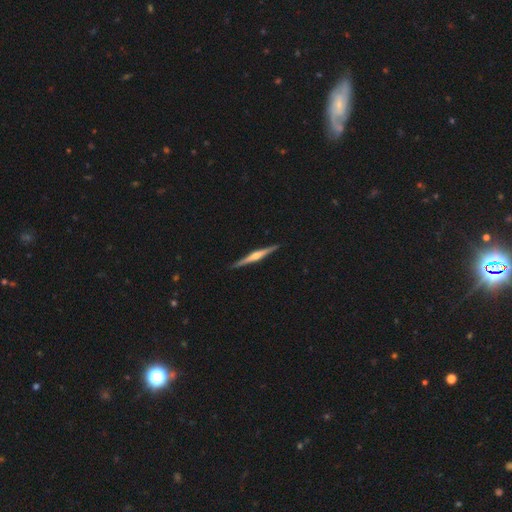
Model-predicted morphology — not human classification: smooth-or-featured: featured or disk: 76% | smooth: 19% | star or artifact: 5%
  disk-edge-on: yes: 98% | no: 2%
    edge-on-bulge: rounded: 77% | boxy: 13% | none: 9%
  merging: none: 91% | minor disturbance: 6% | major disturbance: 1% | merger: 1%